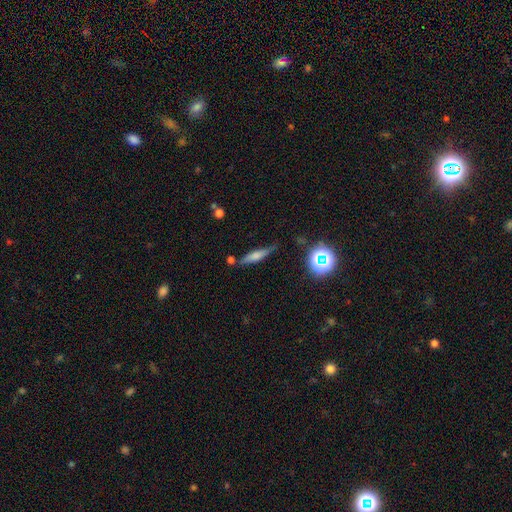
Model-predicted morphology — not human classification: Smooth or featured?
  - smooth: 51% *
  - featured or disk: 36%
  - star or artifact: 12%
How rounded?
  - cigar-shaped: 75% *
  - in between: 22%
  - round: 4%
Merging?
  - none: 68% *
  - minor disturbance: 21%
  - merger: 6%
  - major disturbance: 5%